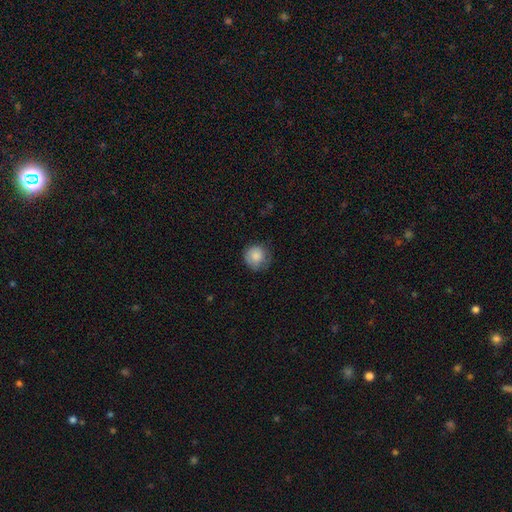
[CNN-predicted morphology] Smooth or featured?
  - smooth: 85% *
  - star or artifact: 8%
  - featured or disk: 7%
How rounded?
  - round: 92% *
  - in between: 7%
  - cigar-shaped: 1%
Merging?
  - none: 70% *
  - minor disturbance: 23%
  - major disturbance: 6%
  - merger: 1%